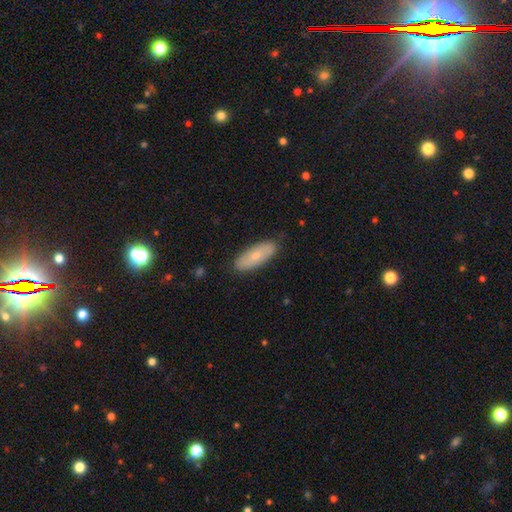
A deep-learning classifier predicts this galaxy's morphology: smooth-or-featured: smooth: 64% | featured or disk: 30% | star or artifact: 6%
  how-rounded: in between: 75% | cigar-shaped: 23% | round: 2%
  merging: none: 85% | minor disturbance: 12% | major disturbance: 2% | merger: 1%